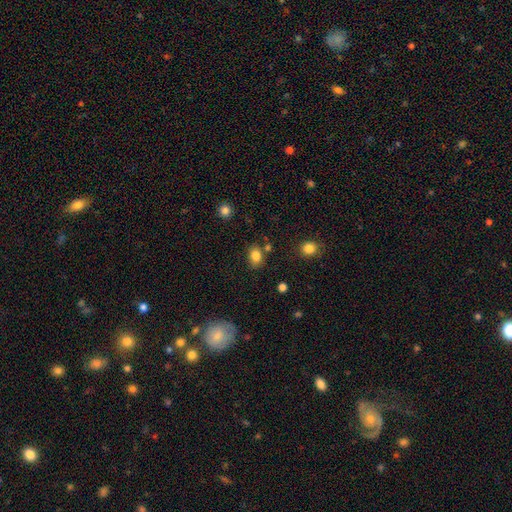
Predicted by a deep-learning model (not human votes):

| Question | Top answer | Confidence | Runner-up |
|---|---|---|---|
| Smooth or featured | smooth | 84% | star or artifact (10%) |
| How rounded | in between | 66% | round (33%) |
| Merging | none | 75% | minor disturbance (14%) |